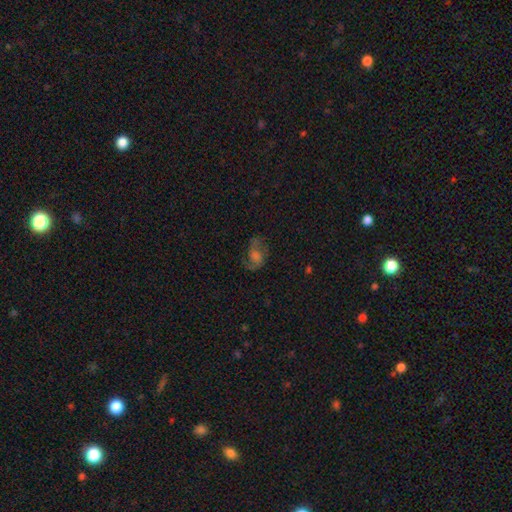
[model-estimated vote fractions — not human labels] This appears to be a featured or disk galaxy (54%) with no bar (58%), spiral arms (82%) and a moderate central bulge (30%). Merging: none (61%).